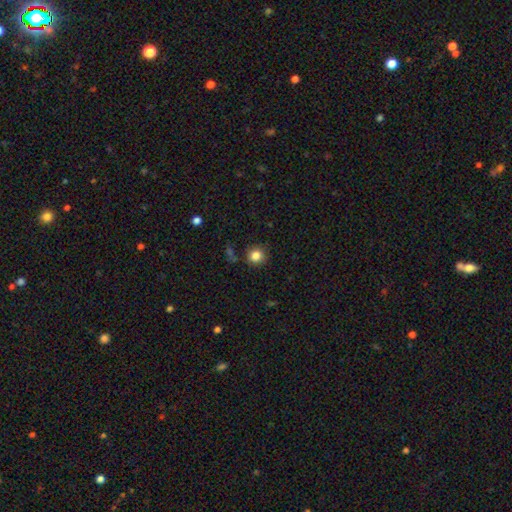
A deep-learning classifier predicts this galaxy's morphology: smooth 84%, star or artifact 11%, featured or disk 5%. Down the decision tree: how rounded — round (92%); merging — none (86%).